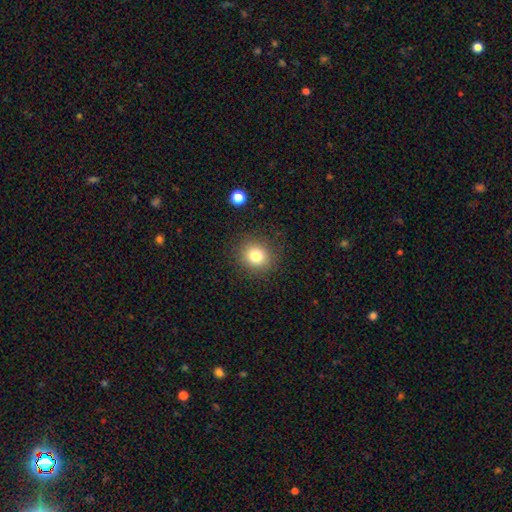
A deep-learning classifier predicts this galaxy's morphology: This appears to be a smooth galaxy with no disk features (80%) that is round (82%). Merging: none (88%).